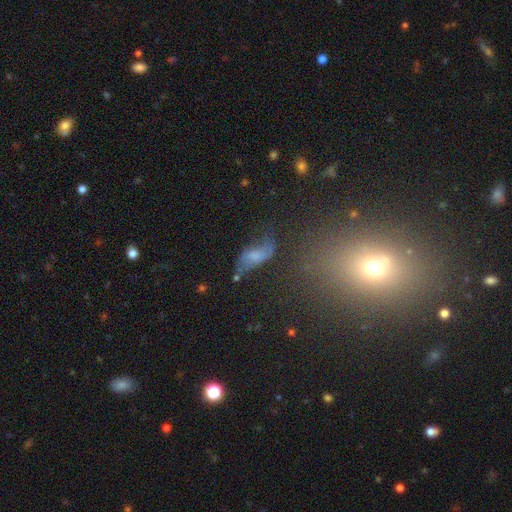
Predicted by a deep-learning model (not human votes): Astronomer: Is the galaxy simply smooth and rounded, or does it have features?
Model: featured or disk — 46% (runner-up: smooth, 41%).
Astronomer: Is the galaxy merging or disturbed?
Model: none — 41% (runner-up: minor disturbance, 26%).